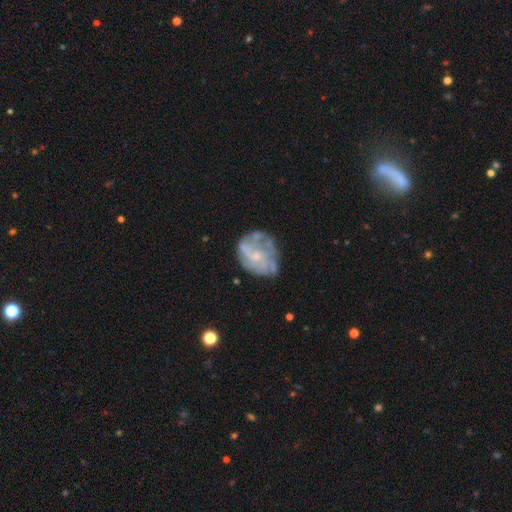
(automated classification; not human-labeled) A featured or disk galaxy (70%) with no bar (72%), spiral arms (61%) and a small central bulge (62%). Merging: none (58%).